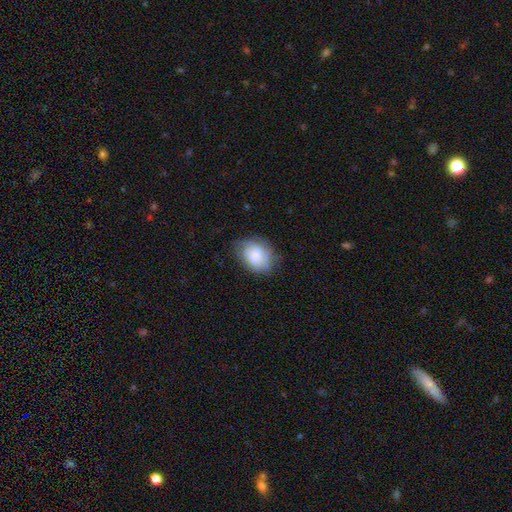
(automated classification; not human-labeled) smooth-or-featured: smooth: 60% | featured or disk: 31% | star or artifact: 8%
  how-rounded: in between: 62% | round: 37% | cigar-shaped: 1%
  merging: none: 63% | minor disturbance: 26% | major disturbance: 10% | merger: 1%